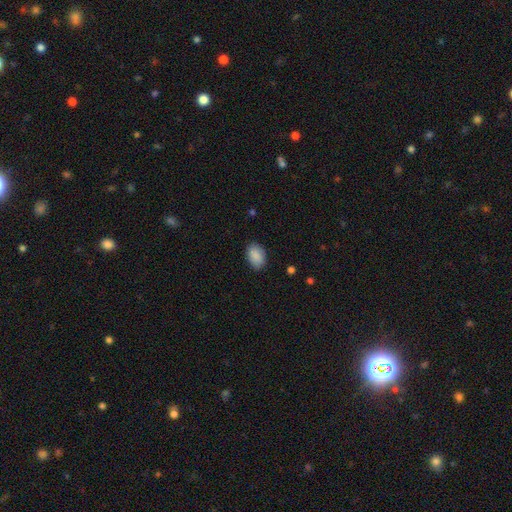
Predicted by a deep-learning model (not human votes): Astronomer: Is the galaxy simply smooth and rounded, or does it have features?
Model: smooth — 89%.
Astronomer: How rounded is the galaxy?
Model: in between — 87%.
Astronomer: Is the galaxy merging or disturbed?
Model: none — 85%.